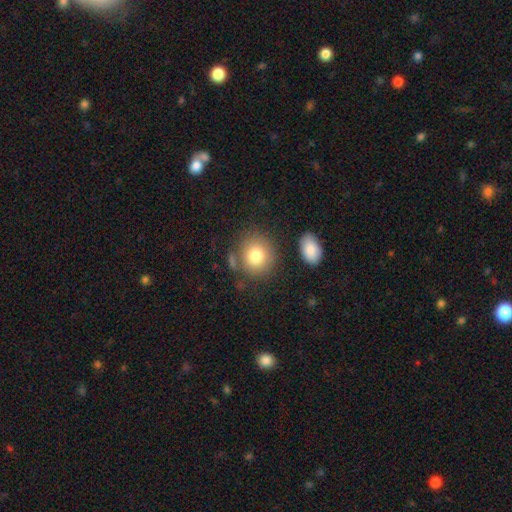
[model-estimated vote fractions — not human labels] Smooth or featured? smooth (80%)
How rounded? round (78%)
Merging? none (74%)